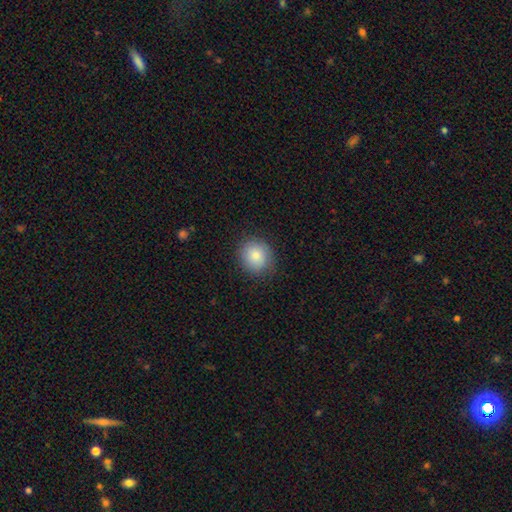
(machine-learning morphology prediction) Smooth or featured? Predicted: smooth (p=0.83). How rounded? Predicted: round (p=0.81). Merging? Predicted: none (p=0.85).